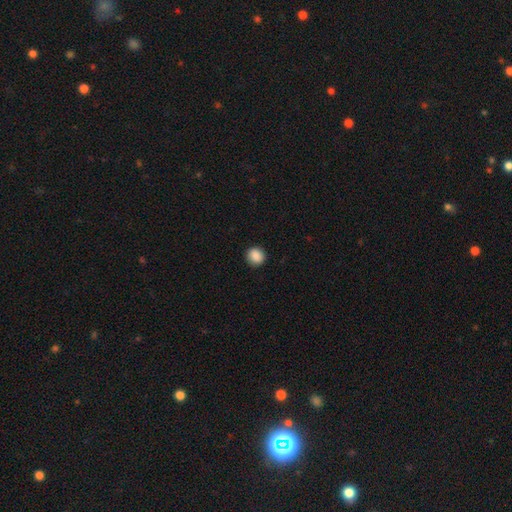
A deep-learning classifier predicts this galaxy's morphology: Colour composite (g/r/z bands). It shows a smooth galaxy with no disk features (89%) that is round (90%). Merging: none (91%).